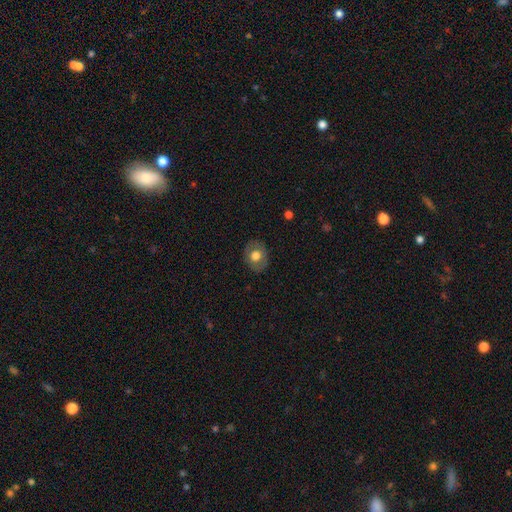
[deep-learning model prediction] Smooth or featured? smooth (65%)
How rounded? round (51%)
Merging? none (84%)